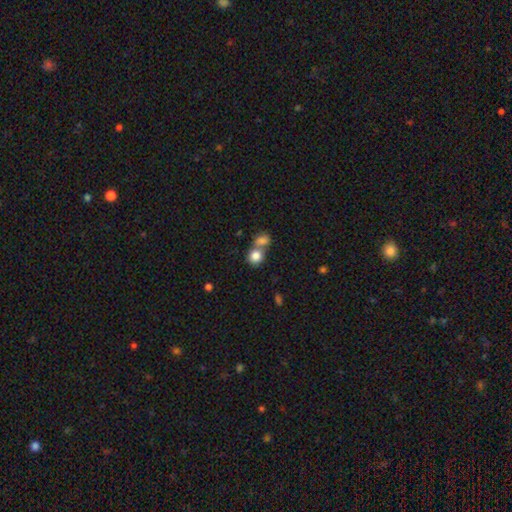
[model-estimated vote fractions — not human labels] The model was most divided on "merging": merger: 51%, none: 38%, minor disturbance: 7%, major disturbance: 3%. More confident: smooth or featured — smooth (83%); how rounded — round (78%).